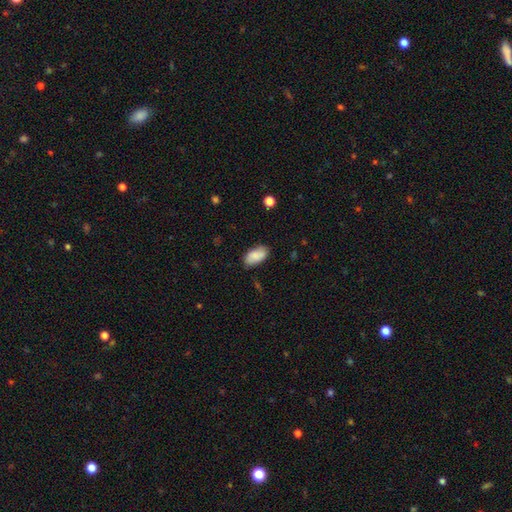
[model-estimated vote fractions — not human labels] A smooth galaxy with no disk features (83%) that is in between round and cigar-shaped (94%). Merging: none (79%).